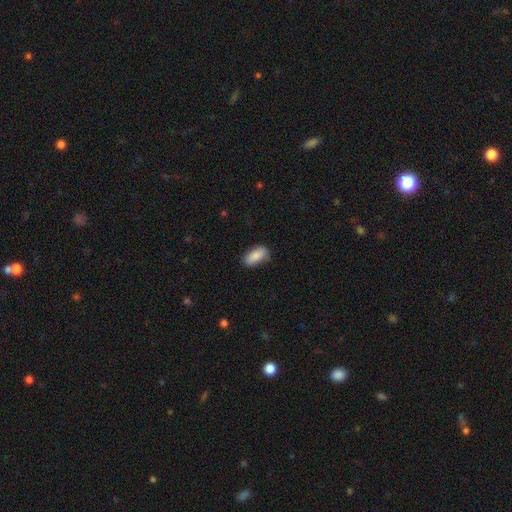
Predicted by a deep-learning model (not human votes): Morphology: type=smooth (86%); roundness=in between (88%); merging=none (80%).